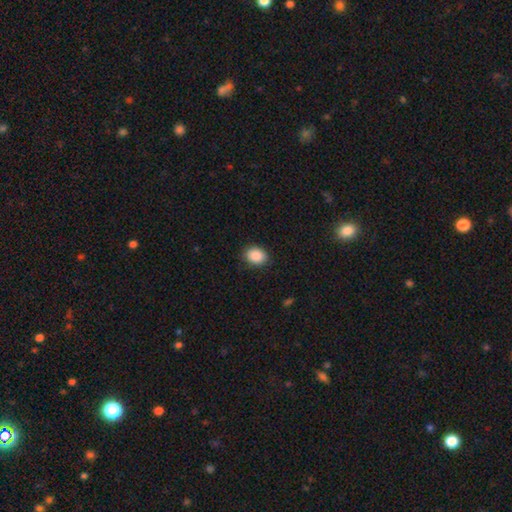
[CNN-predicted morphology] Smooth or featured: smooth — 89% (star or artifact — 8%)
How rounded: in between — 60% (round — 39%)
Merging: none — 87% (minor disturbance — 10%)